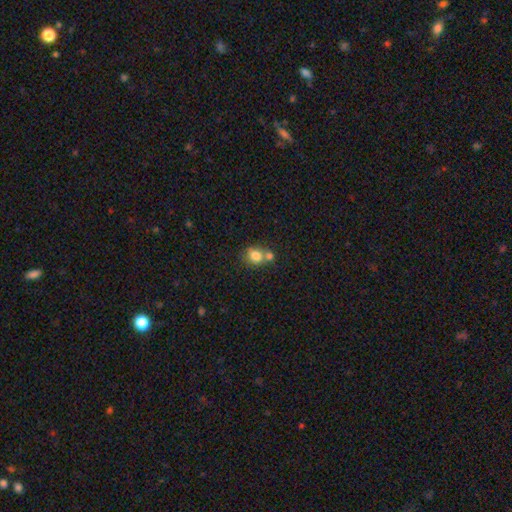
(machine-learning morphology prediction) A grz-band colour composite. It shows a smooth galaxy with no disk features (79%) that is round (68%). Merging: merger (46%).